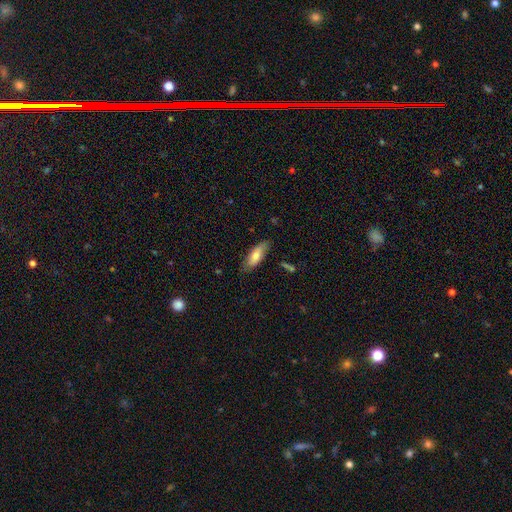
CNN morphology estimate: Smooth or featured? smooth (74%)
How rounded? in between (66%)
Merging? none (79%)